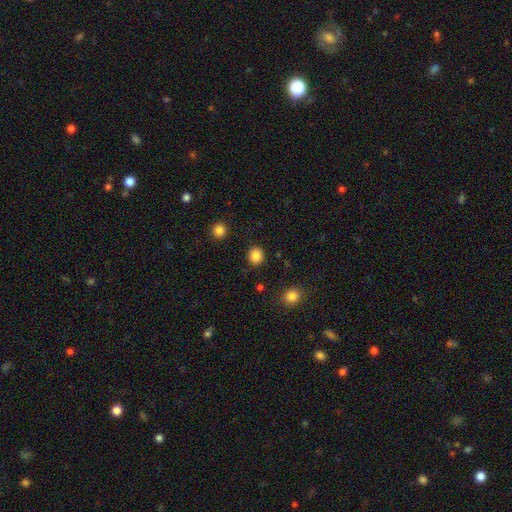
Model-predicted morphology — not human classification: A smooth galaxy with no disk features (86%) that is round (81%).

Vote fractions:
- Smooth or featured? smooth: 86% / star or artifact: 10% / featured or disk: 4%
- How rounded? round: 81% / in between: 18% / cigar-shaped: 1%
- Merging? none: 89% / minor disturbance: 6% / major disturbance: 2% / merger: 2%